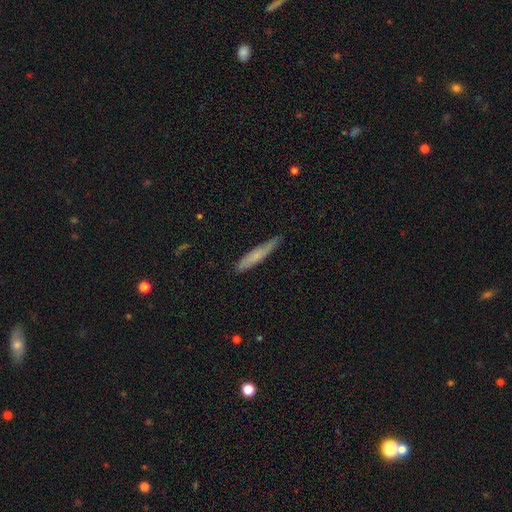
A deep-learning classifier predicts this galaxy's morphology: A smooth galaxy with no disk features (61%) that is cigar-shaped (93%). Merging: none (81%).